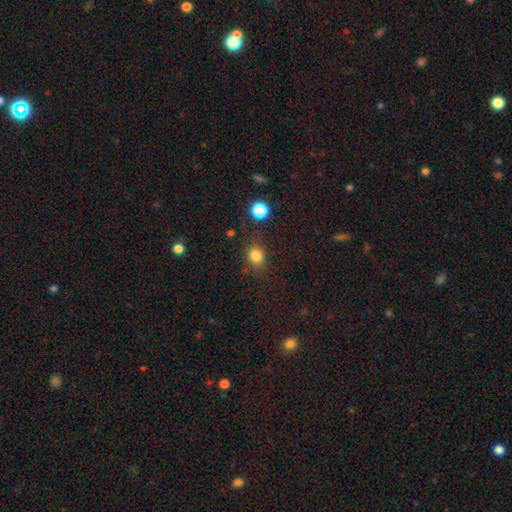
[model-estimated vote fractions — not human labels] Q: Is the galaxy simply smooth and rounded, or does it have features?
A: smooth — 82%.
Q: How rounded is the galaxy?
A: round — 71%.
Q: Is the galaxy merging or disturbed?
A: none — 75%.